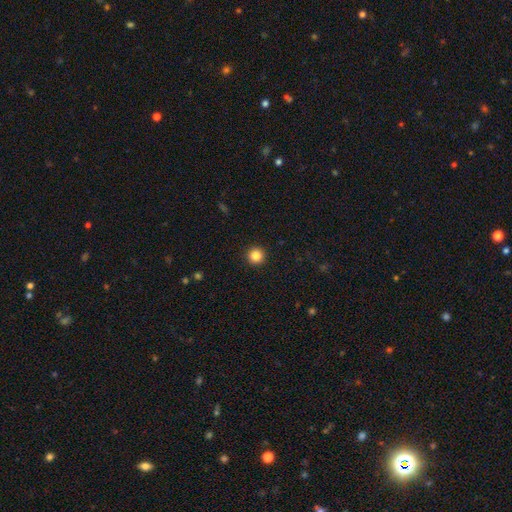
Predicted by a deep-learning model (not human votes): Morphology: type=smooth (86%); roundness=round (96%); merging=none (93%).